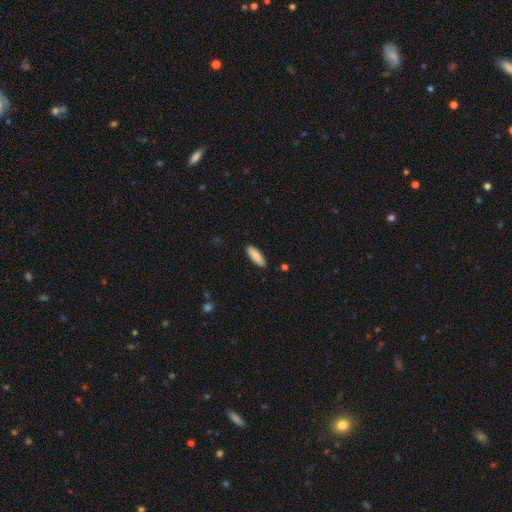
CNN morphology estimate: This appears to be a smooth galaxy with no disk features (87%) that is in between round and cigar-shaped (52%). Merging: none (89%).